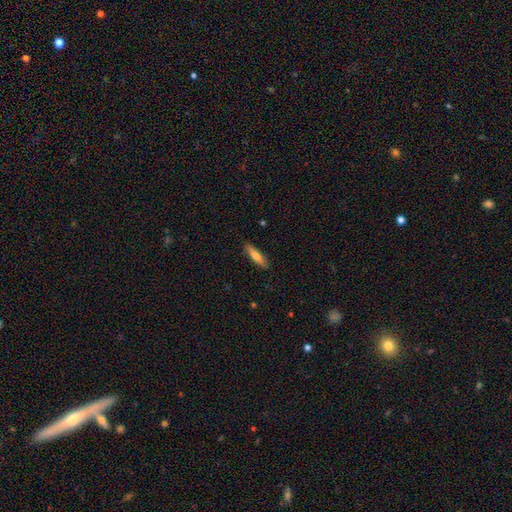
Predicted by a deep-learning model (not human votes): This appears to be a smooth galaxy with no disk features (68%) that is cigar-shaped (74%). Merging: none (88%).